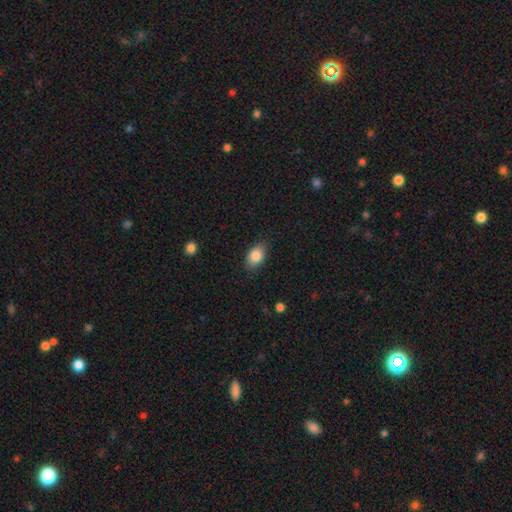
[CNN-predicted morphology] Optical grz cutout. It shows a smooth galaxy with no disk features (85%) that is in between round and cigar-shaped (86%). Merging: none (84%).